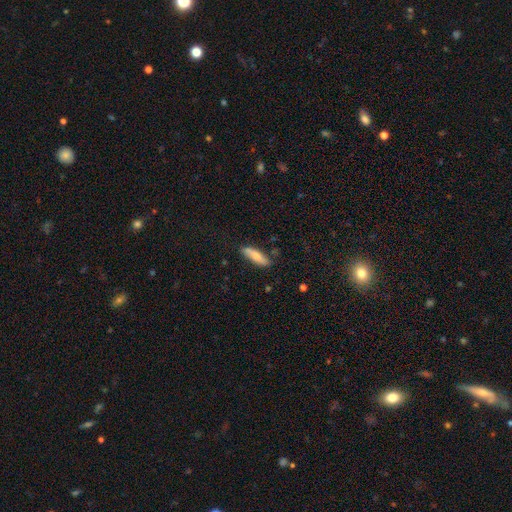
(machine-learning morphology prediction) This appears to be a smooth galaxy with no disk features (74%) that is cigar-shaped (61%). Merging: none (81%).